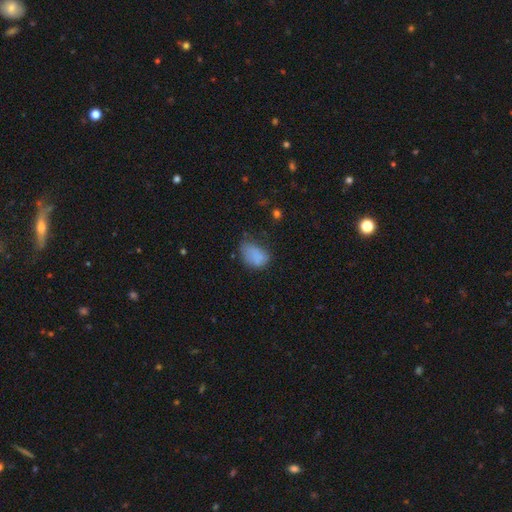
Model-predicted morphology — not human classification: The model was most divided on "merging": none: 42%, minor disturbance: 35%, major disturbance: 19%, merger: 4%. More confident: how rounded — in between (85%); smooth or featured — smooth (78%).